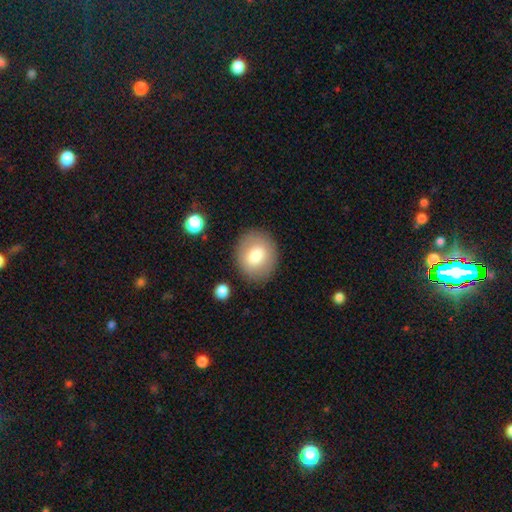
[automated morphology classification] type=smooth (76%); roundness=round (61%); merging=none (84%).